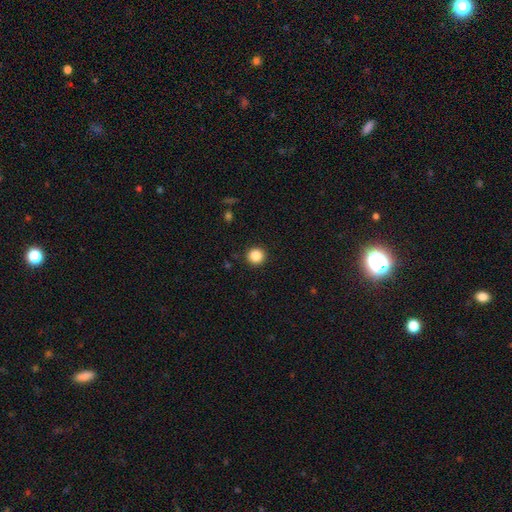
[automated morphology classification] This is clearly a smooth galaxy (86%). How rounded: clearly round (95%). Merging: clearly none (92%).